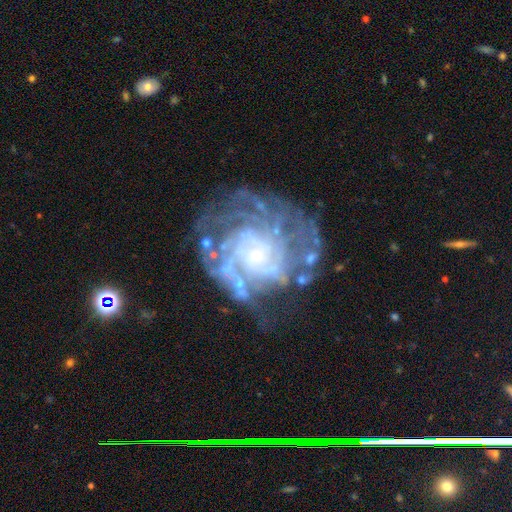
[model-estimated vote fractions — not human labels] The model was most divided on "spiral arm count": can't tell: 30%, 4: 21%, more than 4: 18%, 3: 14%, 2: 10%, 1: 6%. More confident: edge-on disk — no (98%); spiral arms — yes (94%); smooth or featured — featured or disk (87%); bulge size — small (81%); bar — no (75%); spiral winding — tight (65%); merging — none (61%).